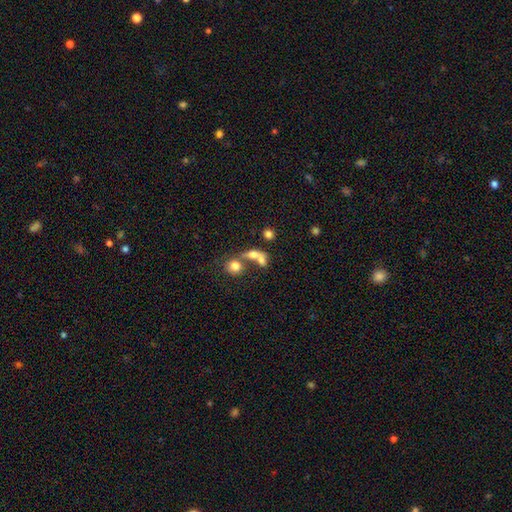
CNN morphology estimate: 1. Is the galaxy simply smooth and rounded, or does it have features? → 65% smooth, 21% featured or disk, 14% star or artifact.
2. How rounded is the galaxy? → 54% in between, 37% round, 10% cigar-shaped.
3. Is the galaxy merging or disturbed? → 56% merger, 26% none, 10% major disturbance, 9% minor disturbance.